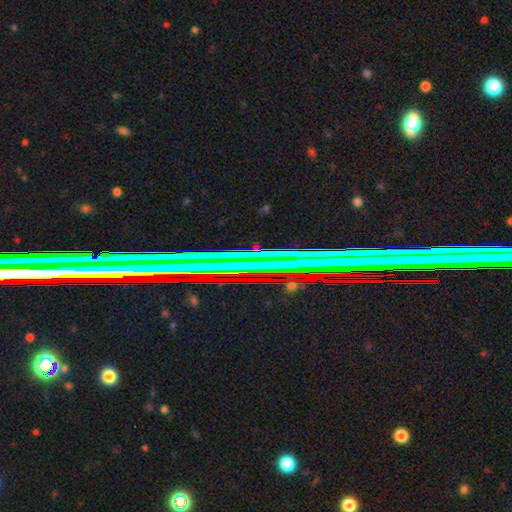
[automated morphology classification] Smooth or featured?
  - star or artifact: 70% *
  - featured or disk: 20%
  - smooth: 10%